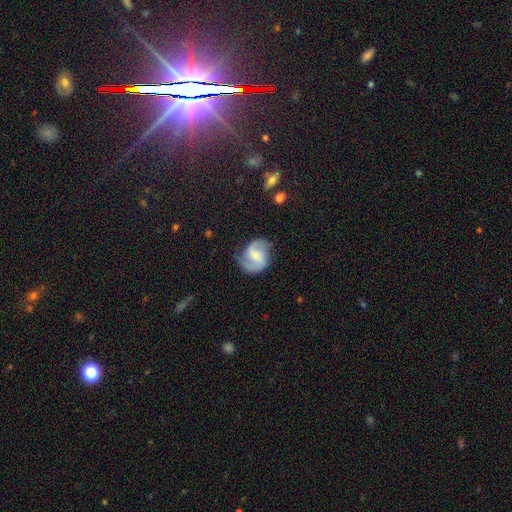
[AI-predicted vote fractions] A featured or disk galaxy (81%) with a weak bar (50%), 2 (90%) medium (51%) spiral arms (96%) and a small central bulge (41%).

Vote fractions:
- Smooth or featured? featured or disk: 81% / smooth: 14% / star or artifact: 5%
- Edge-on disk? no: 98% / yes: 2%
- Bar? weak: 50% / no: 30% / strong: 20%
- Spiral arms? yes: 96% / no: 4%
- Spiral winding? medium: 51% / loose: 32% / tight: 17%
- Spiral arm count? 2: 90% / can't tell: 3% / 1: 3% / 3: 1% / 4: 1% / more than 4: 1%
- Bulge size? small: 41% / moderate: 34% / none: 18% / large: 6% / dominant: 1%
- Merging? none: 72% / minor disturbance: 19% / major disturbance: 8% / merger: 2%